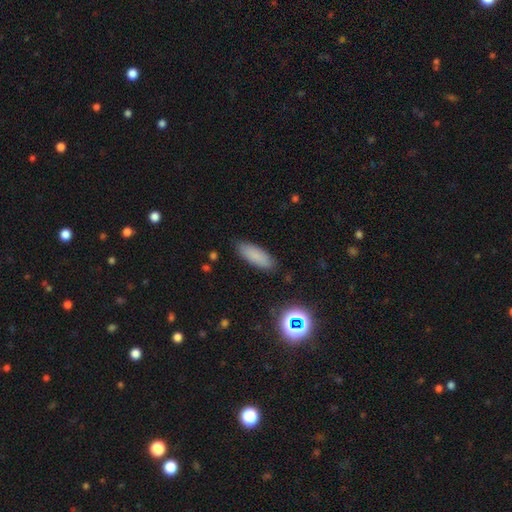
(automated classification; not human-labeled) This appears to be a smooth galaxy with no disk features (82%) that is in between round and cigar-shaped (66%). Merging: none (86%).